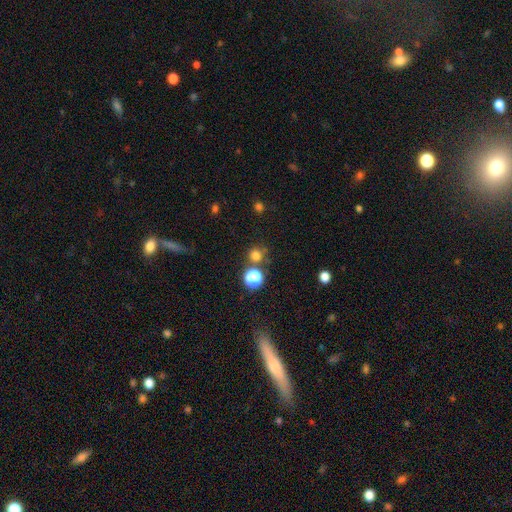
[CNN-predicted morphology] This appears to be a smooth galaxy with no disk features (73%) that is round (92%). Merging: none (74%).